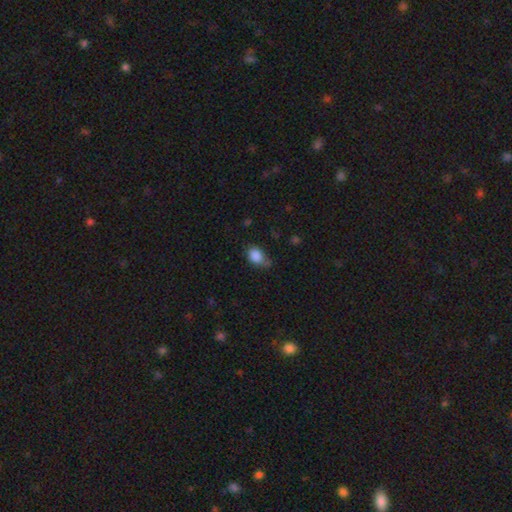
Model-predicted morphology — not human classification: Overall: smooth (86%). How rounded: in between (69%; round 30%). Merging: none (45%; minor disturbance 39%).